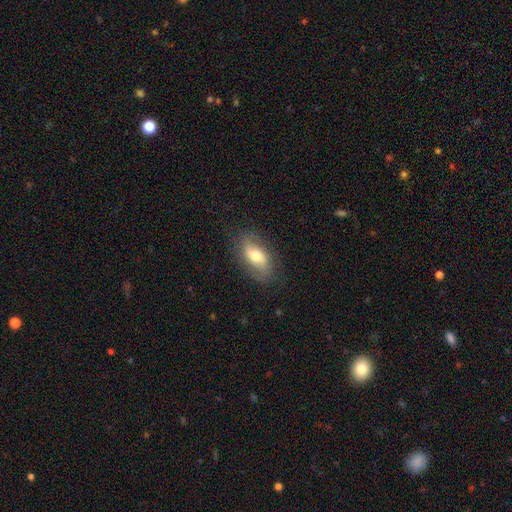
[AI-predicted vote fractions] Overall: smooth (52%; featured or disk 41%). How rounded: in between (88%). Merging: none (77%).